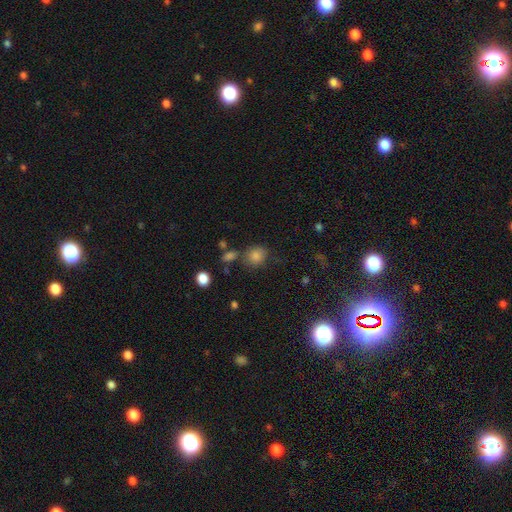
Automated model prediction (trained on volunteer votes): The model was most divided on "smooth or featured": smooth: 73%, star or artifact: 20%, featured or disk: 7%. More confident: how rounded — round (80%); merging — none (73%).